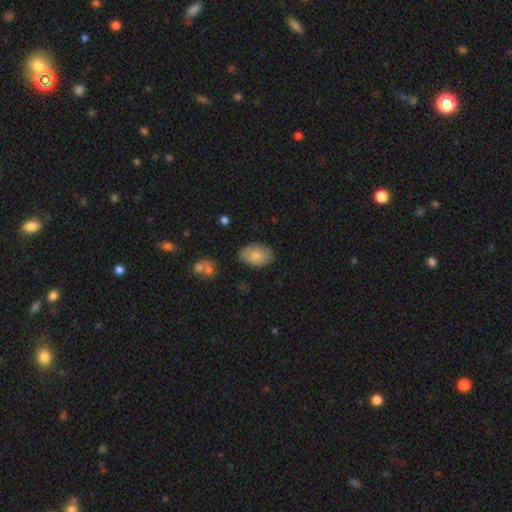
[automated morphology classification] Smooth or featured? Predicted: smooth (p=0.81). How rounded? Predicted: in between (p=0.90). Merging? Predicted: none (p=0.79).